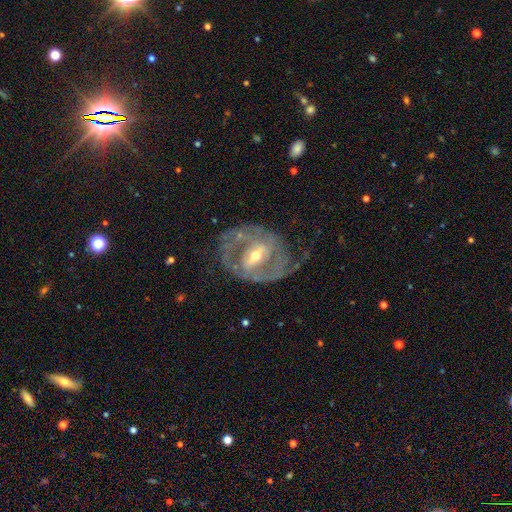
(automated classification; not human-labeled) Smooth or featured: featured or disk — 85% (smooth — 9%)
Edge-on disk: no — 96% (yes — 4%)
Bar: strong — 44% (weak — 39%)
Spiral arms: yes — 79% (no — 21%)
Spiral winding: medium — 42% (tight — 38%)
Spiral arm count: 2 — 67% (can't tell — 18%)
Bulge size: moderate — 57% (small — 39%)
Merging: none — 59% (minor disturbance — 21%)